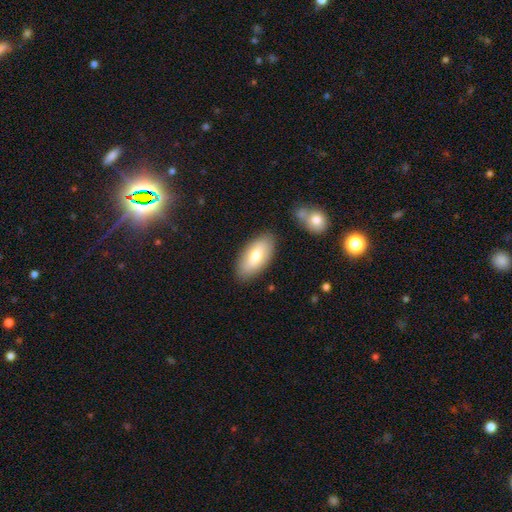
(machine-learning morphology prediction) Smooth or featured? smooth (71%)
How rounded? in between (89%)
Merging? none (84%)